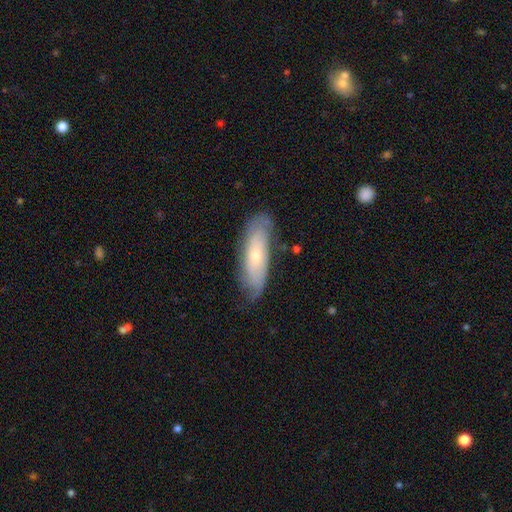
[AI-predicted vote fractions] The model was most divided on "smooth or featured": featured or disk: 53%, smooth: 40%, star or artifact: 6%. More confident: edge-on disk — no (73%); merging — none (70%).